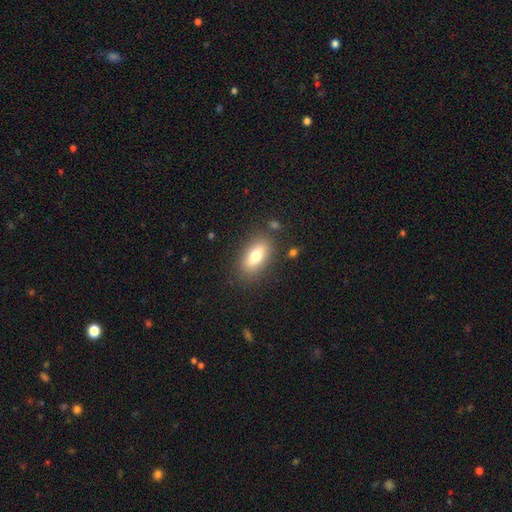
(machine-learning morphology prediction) smooth 74%, featured or disk 18%, star or artifact 8%. Down the decision tree: how rounded — in between (85%); merging — none (83%).